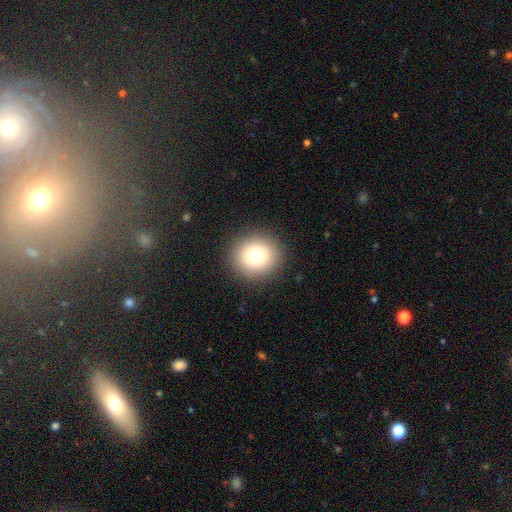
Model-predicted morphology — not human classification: smooth 77%, star or artifact 12%, featured or disk 10%. Down the decision tree: how rounded — round (89%); merging — none (91%).